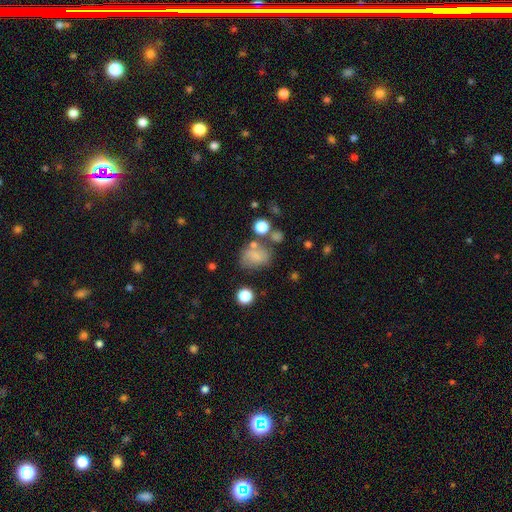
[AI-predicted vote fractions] Morphology: type=smooth (70%); roundness=in between (56%); merging=none (52%).